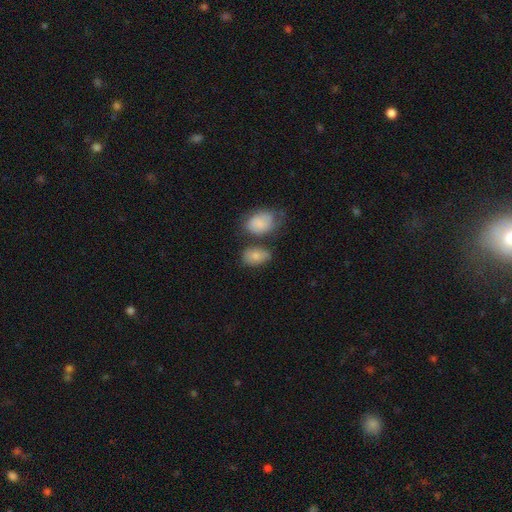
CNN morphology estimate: type=smooth (77%); roundness=in between (83%); merging=none (50%).